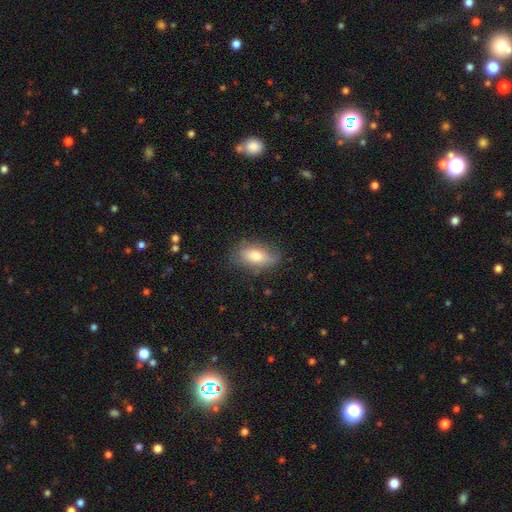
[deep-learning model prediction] Smooth or featured? smooth (72%)
How rounded? in between (86%)
Merging? none (74%)